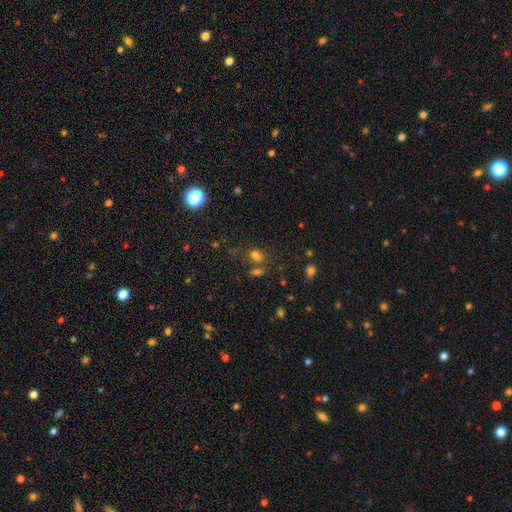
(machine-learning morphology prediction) A smooth galaxy with no disk features (59%) that is in between round and cigar-shaped (55%).

Vote fractions:
- Smooth or featured? smooth: 59% / star or artifact: 31% / featured or disk: 9%
- How rounded? in between: 55% / round: 42% / cigar-shaped: 2%
- Merging? none: 51% / merger: 30% / minor disturbance: 12% / major disturbance: 7%